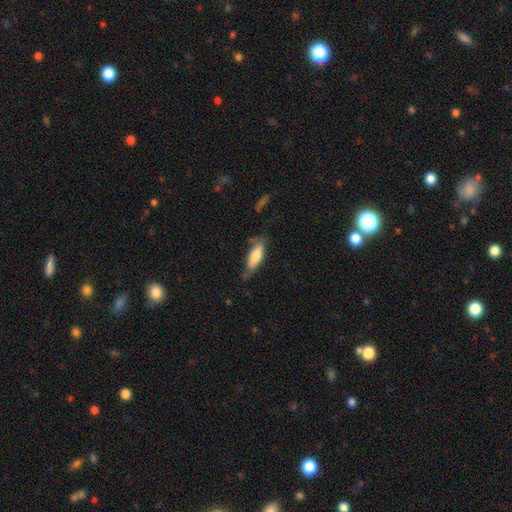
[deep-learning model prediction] smooth_or_featured: smooth (p=0.69) [alt: featured or disk p=0.25]
how_rounded: in between (p=0.55) [alt: cigar-shaped p=0.43]
merging: none (p=0.59) [alt: minor disturbance p=0.29]